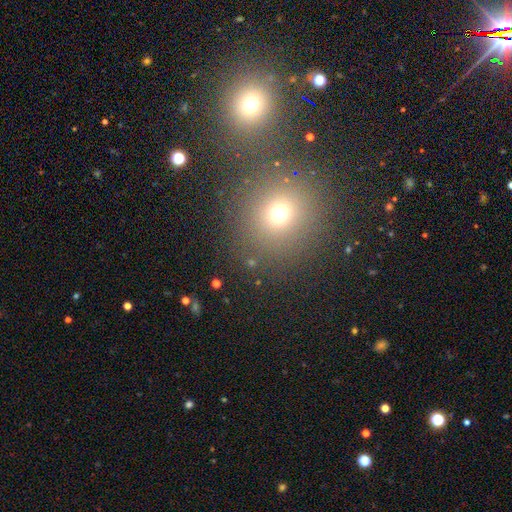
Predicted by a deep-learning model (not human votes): Smooth or featured: smooth — 58% (star or artifact — 34%)
How rounded: round — 89% (in between — 9%)
Merging: none — 77% (merger — 13%)